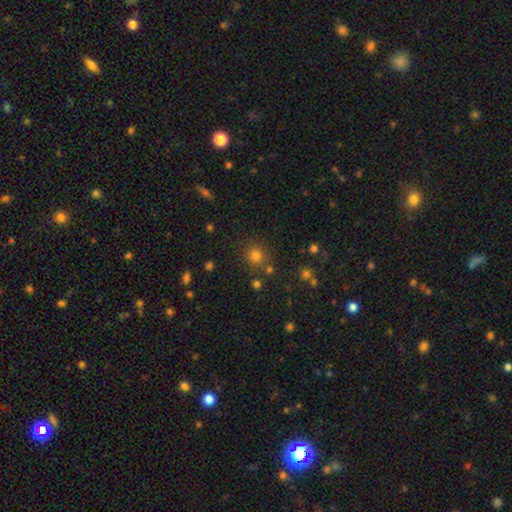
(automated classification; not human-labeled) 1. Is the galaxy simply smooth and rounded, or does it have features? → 77% smooth, 17% star or artifact, 6% featured or disk.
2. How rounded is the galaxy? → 89% round, 10% in between, 1% cigar-shaped.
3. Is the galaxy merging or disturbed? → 80% none, 9% minor disturbance, 8% merger, 4% major disturbance.